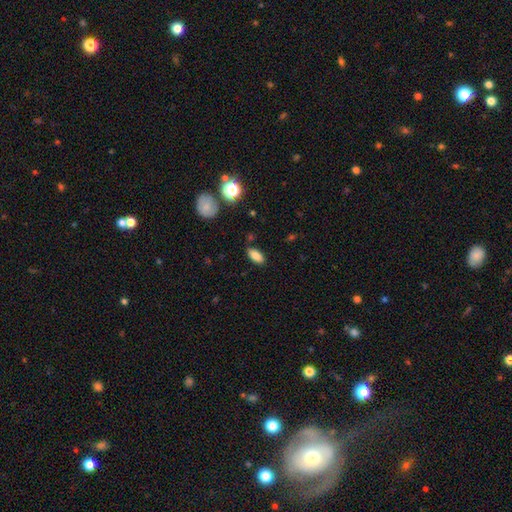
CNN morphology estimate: Smooth or featured? Predicted: smooth (p=0.84). How rounded? Predicted: in between (p=0.89). Merging? Predicted: none (p=0.84).